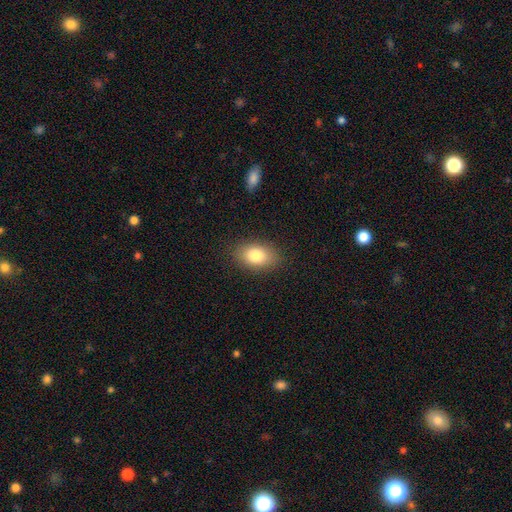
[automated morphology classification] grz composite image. It shows a smooth galaxy with no disk features (81%) that is in between round and cigar-shaped (85%). Merging: none (87%).